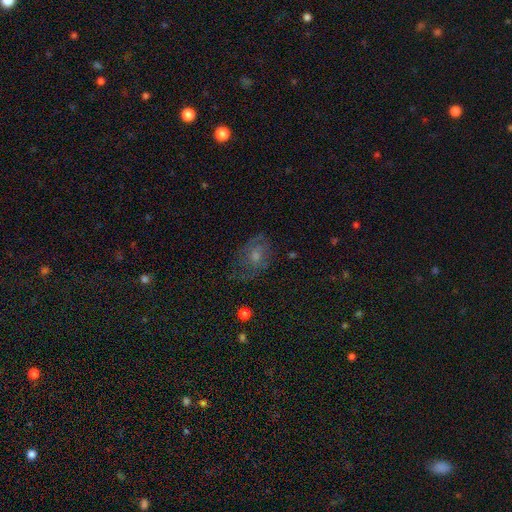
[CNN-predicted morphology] A featured or disk galaxy (50%).

Vote fractions:
- Smooth or featured? featured or disk: 50% / smooth: 36% / star or artifact: 14%
- Merging? none: 53% / minor disturbance: 24% / major disturbance: 20% / merger: 2%